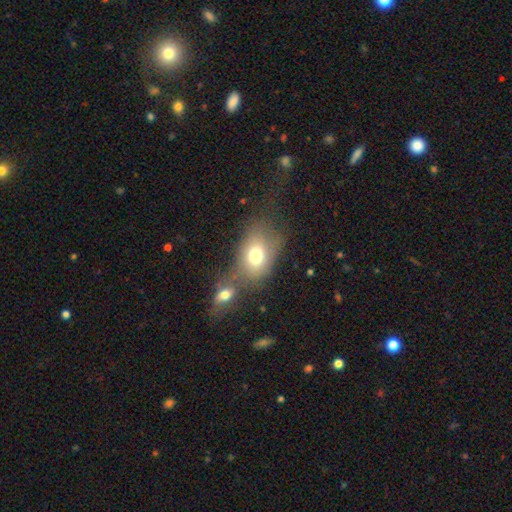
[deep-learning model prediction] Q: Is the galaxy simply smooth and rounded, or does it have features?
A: smooth — 71%.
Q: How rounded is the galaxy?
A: in between — 75%.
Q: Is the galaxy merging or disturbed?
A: merger — 39%.